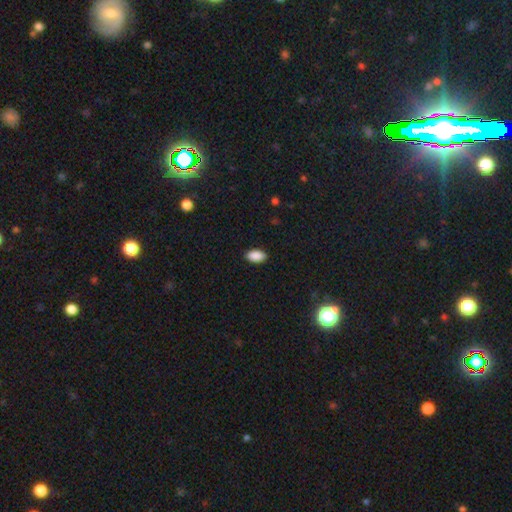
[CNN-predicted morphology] Smooth or featured?
  - smooth: 90% *
  - star or artifact: 7%
  - featured or disk: 3%
How rounded?
  - in between: 94% *
  - round: 4%
  - cigar-shaped: 2%
Merging?
  - none: 89% *
  - minor disturbance: 8%
  - major disturbance: 2%
  - merger: 1%